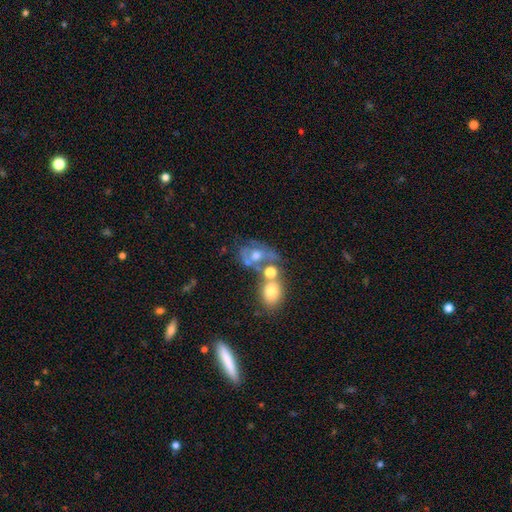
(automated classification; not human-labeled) This is possibly a featured or disk galaxy (48%). Merging: marginally merger (41%).